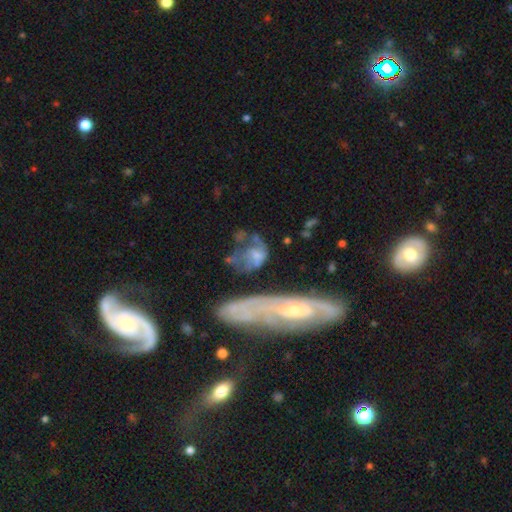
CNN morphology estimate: Smooth or featured?
  - featured or disk: 52% *
  - smooth: 37%
  - star or artifact: 11%
Edge-on disk?
  - no: 91% *
  - yes: 9%
Merging?
  - major disturbance: 31% *
  - none: 28%
  - merger: 22%
  - minor disturbance: 19%